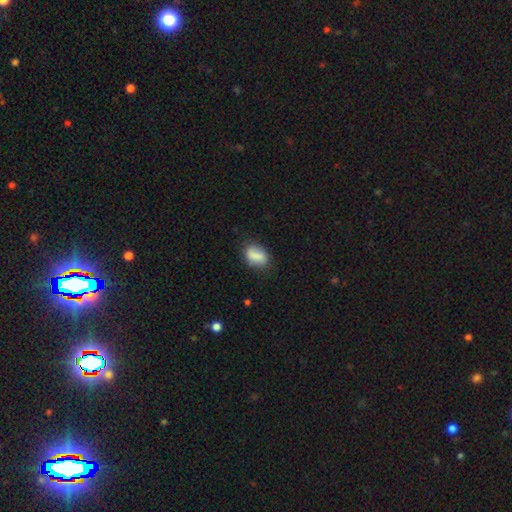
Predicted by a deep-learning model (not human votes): Q: Smooth or featured?
A: smooth (83%); runner-up: featured or disk (10%)
Q: How rounded?
A: in between (82%); runner-up: round (15%)
Q: Merging?
A: none (72%); runner-up: minor disturbance (20%)